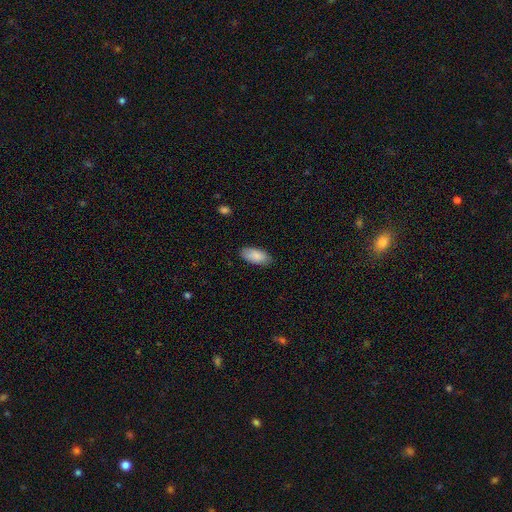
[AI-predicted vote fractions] This is clearly a smooth galaxy (88%). How rounded: clearly in between (92%). Merging: clearly none (85%).